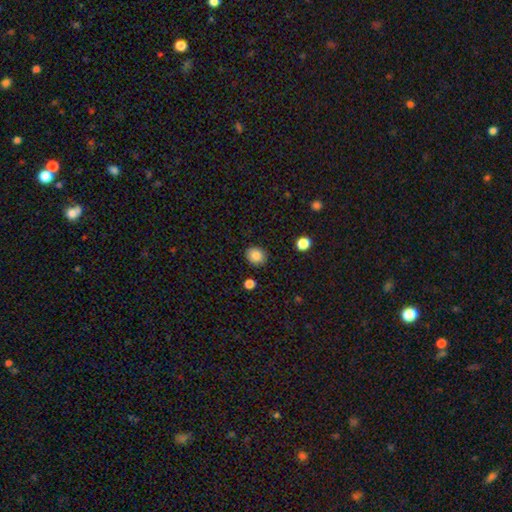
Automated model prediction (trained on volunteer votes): The model was most divided on "how rounded": round: 73%, in between: 26%, cigar-shaped: 1%. More confident: merging — none (88%); smooth or featured — smooth (86%).